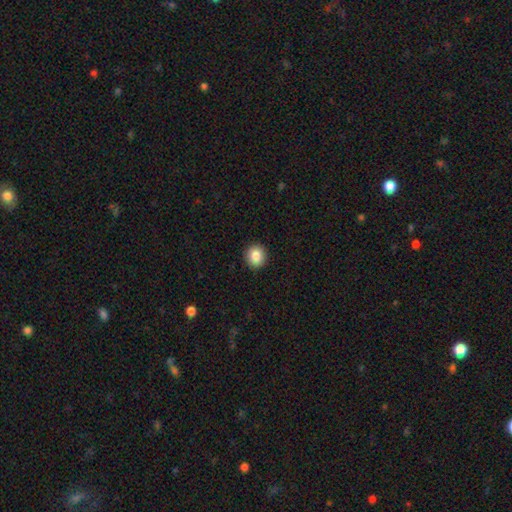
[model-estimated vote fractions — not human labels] smooth_or_featured: smooth (p=0.85) [alt: star or artifact p=0.09]
how_rounded: round (p=0.85) [alt: in between p=0.14]
merging: none (p=0.92) [alt: minor disturbance p=0.06]